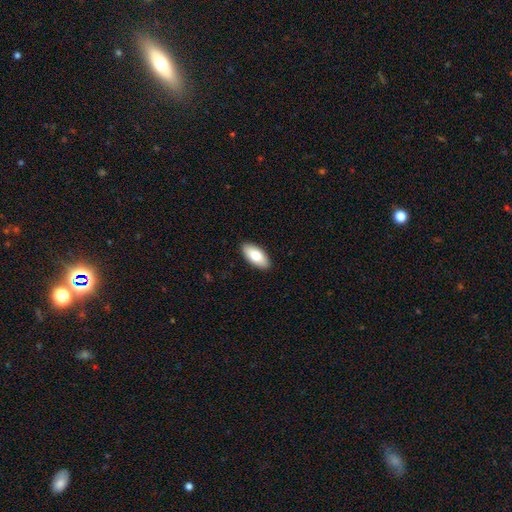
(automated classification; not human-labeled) A smooth galaxy with no disk features (79%) that is in between round and cigar-shaped (92%). Merging: none (90%).